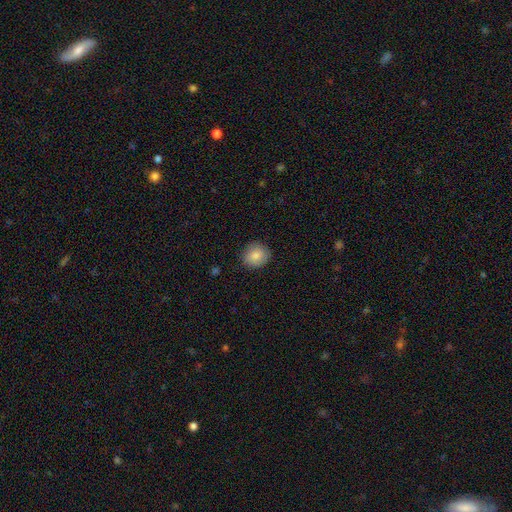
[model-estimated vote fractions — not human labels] Overall: smooth (83%). How rounded: round (83%). Merging: none (86%).